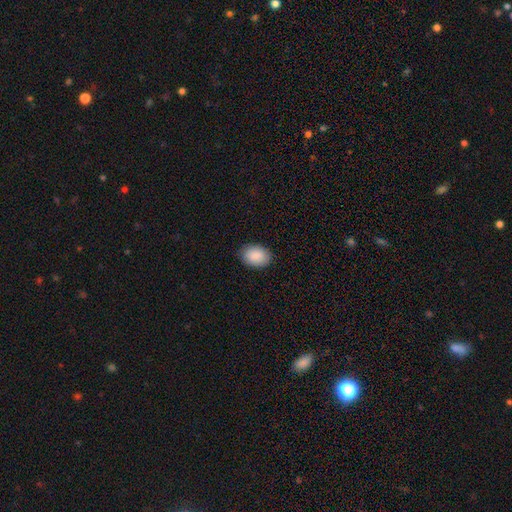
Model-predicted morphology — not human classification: smooth 90%, star or artifact 6%, featured or disk 4%. Down the decision tree: how rounded — in between (82%); merging — none (87%).